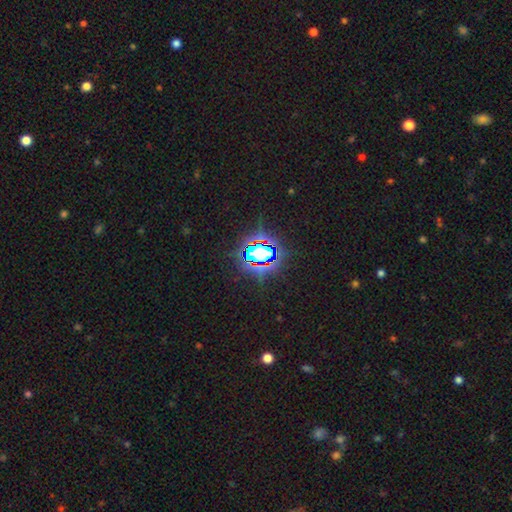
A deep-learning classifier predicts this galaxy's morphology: The model was most divided on "smooth or featured": star or artifact: 79%, smooth: 12%, featured or disk: 9%.